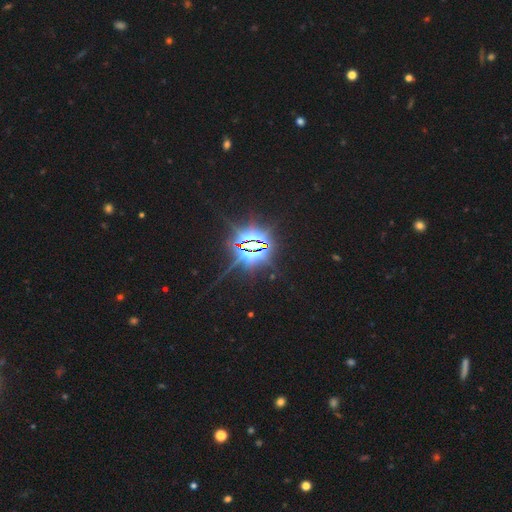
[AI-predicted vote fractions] This is clearly a star or artifact rather than a galaxy (86%).